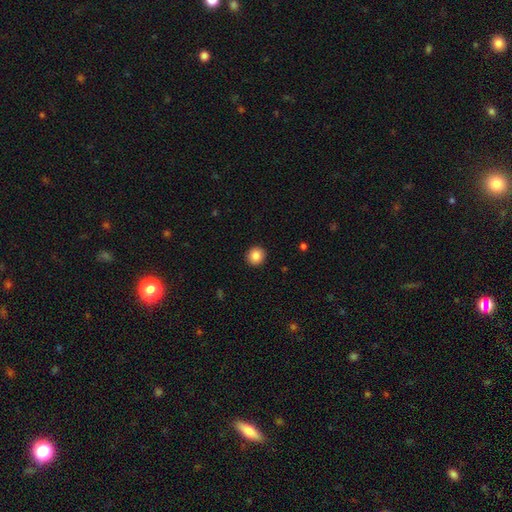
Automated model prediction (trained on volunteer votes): smooth-or-featured: smooth: 86% | star or artifact: 9% | featured or disk: 5%
  how-rounded: round: 94% | in between: 5% | cigar-shaped: 1%
  merging: none: 93% | minor disturbance: 5% | major disturbance: 2% | merger: 1%